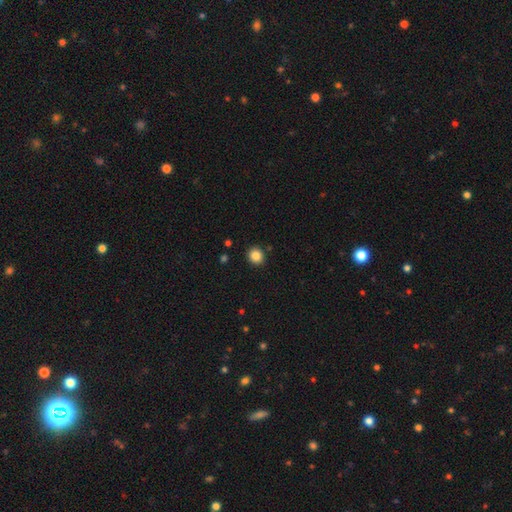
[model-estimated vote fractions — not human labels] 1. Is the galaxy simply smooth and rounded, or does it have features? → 85% smooth, 10% star or artifact, 5% featured or disk.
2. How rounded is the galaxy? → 84% round, 16% in between, 1% cigar-shaped.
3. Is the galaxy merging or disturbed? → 89% none, 7% minor disturbance, 2% merger, 2% major disturbance.